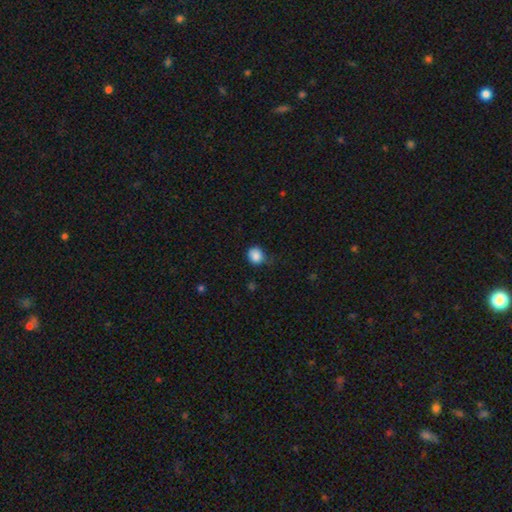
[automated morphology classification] smooth_or_featured: smooth (p=0.86) [alt: star or artifact p=0.09]
how_rounded: round (p=0.77) [alt: in between p=0.22]
merging: none (p=0.61) [alt: minor disturbance p=0.30]